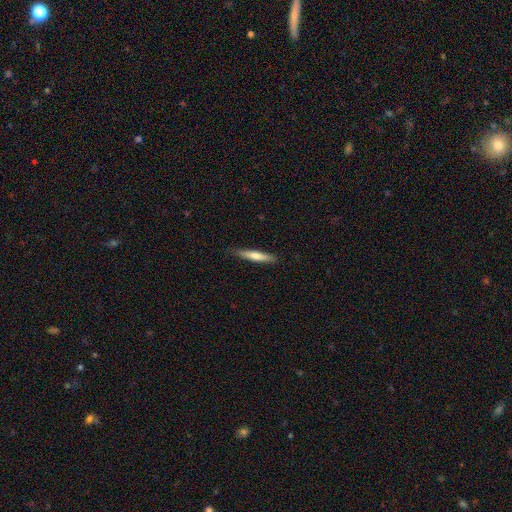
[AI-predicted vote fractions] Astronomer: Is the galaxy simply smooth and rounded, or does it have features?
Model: smooth — 64%.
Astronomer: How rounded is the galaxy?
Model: cigar-shaped — 91%.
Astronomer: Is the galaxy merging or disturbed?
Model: none — 84%.